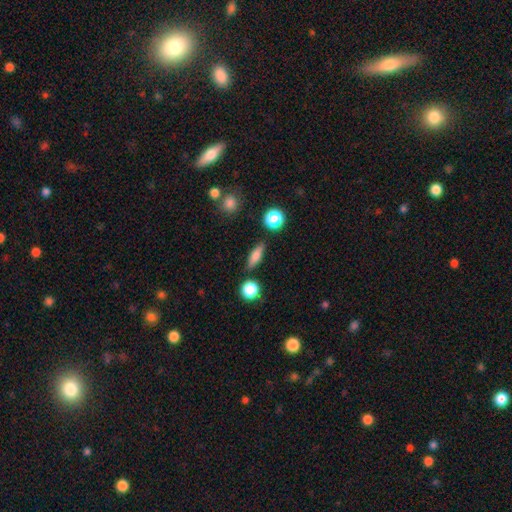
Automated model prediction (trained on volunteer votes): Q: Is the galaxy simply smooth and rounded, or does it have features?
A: smooth — 73%.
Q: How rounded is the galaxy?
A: cigar-shaped — 46%.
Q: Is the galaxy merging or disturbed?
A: none — 85%.